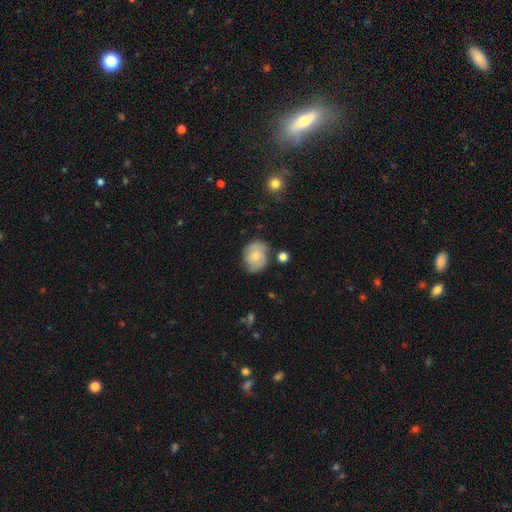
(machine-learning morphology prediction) This appears to be a smooth galaxy with no disk features (54%) that is round (51%). Merging: none (69%).